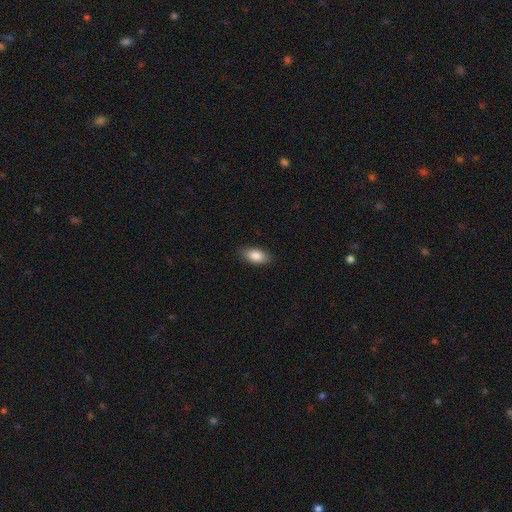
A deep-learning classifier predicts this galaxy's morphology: The model was most divided on "merging": none: 87%, minor disturbance: 10%, major disturbance: 2%, merger: 1%. More confident: how rounded — in between (90%); smooth or featured — smooth (85%).